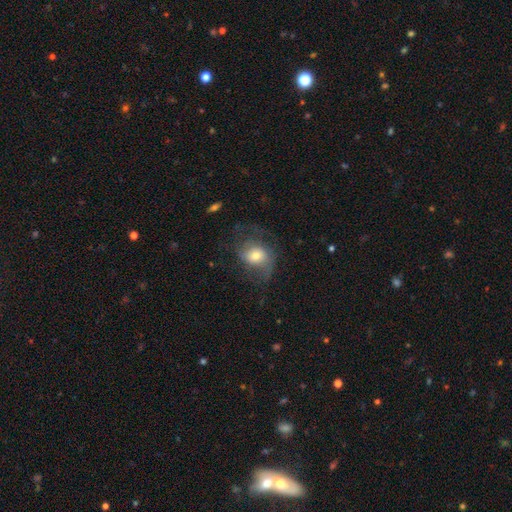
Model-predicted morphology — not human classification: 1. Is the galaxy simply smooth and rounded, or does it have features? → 49% smooth, 42% featured or disk, 9% star or artifact.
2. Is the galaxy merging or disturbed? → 47% none, 29% major disturbance, 23% minor disturbance, 2% merger.